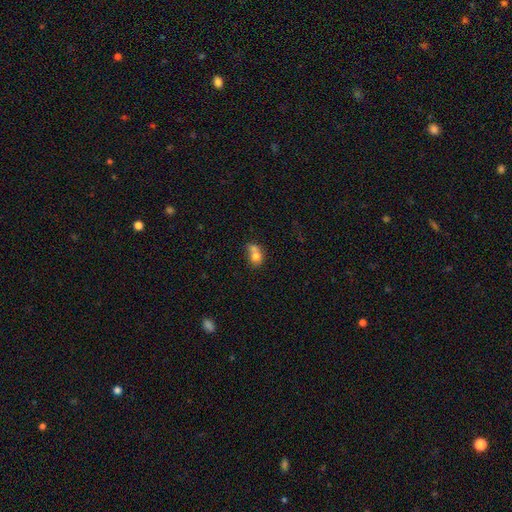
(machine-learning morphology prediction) smooth_or_featured: smooth (p=0.72) [alt: featured or disk p=0.18]
how_rounded: round (p=0.58) [alt: in between p=0.41]
merging: merger (p=0.60) [alt: none p=0.25]